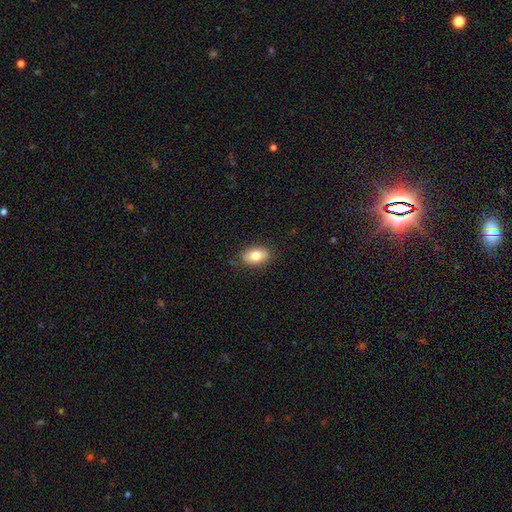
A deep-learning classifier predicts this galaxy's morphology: This is clearly a smooth galaxy (81%). How rounded: clearly in between (88%). Merging: clearly none (86%).